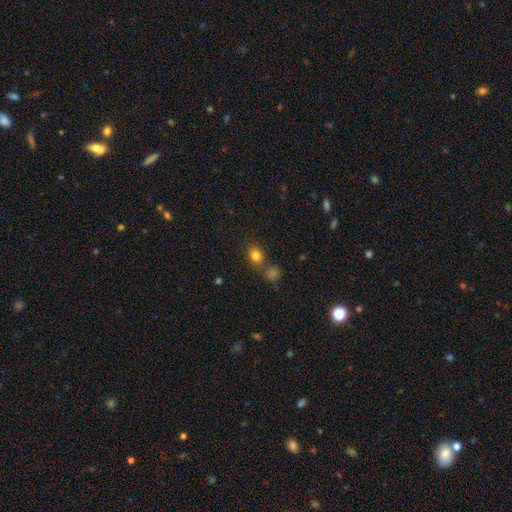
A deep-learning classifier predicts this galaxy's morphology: A smooth galaxy with no disk features (81%) that is round (54%). Merging: none (67%).